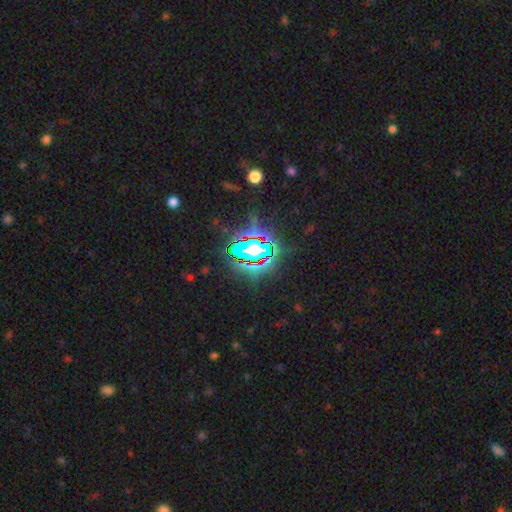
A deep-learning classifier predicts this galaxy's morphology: star or artifact 83%, smooth 9%, featured or disk 7%.